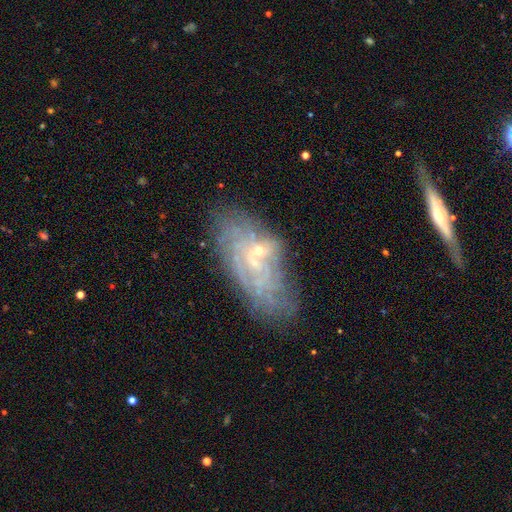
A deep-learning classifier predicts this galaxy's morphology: type=featured or disk (68%); edge-on=no (93%); bar=no (68%); spiral arms=yes (71%); bulge=small (78%); merging=none (58%).